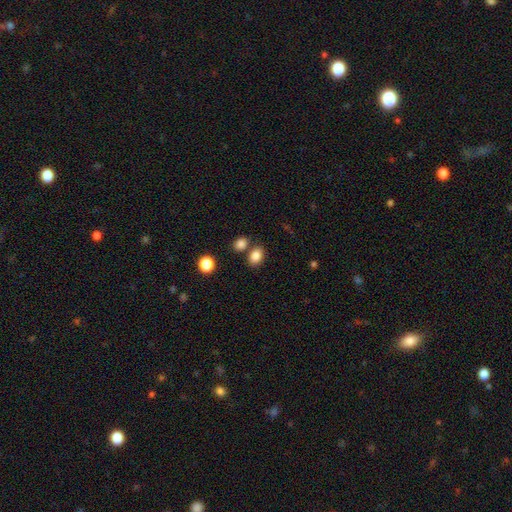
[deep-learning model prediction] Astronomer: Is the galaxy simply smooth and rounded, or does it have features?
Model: smooth — 85%.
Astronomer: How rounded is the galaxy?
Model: in between — 67%.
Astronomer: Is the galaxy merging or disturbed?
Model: none — 71%.